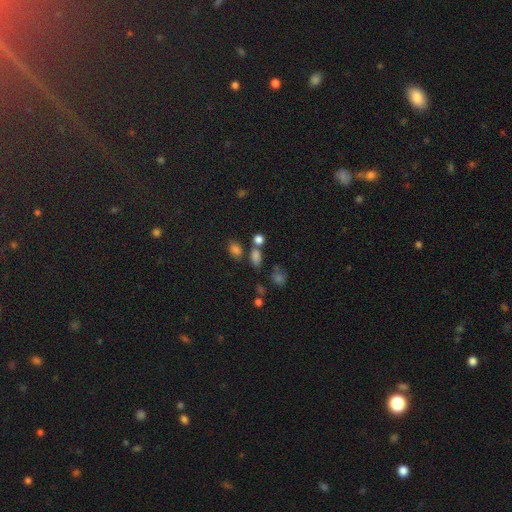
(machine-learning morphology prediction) Smooth or featured? smooth (75%)
How rounded? in between (68%)
Merging? none (60%)